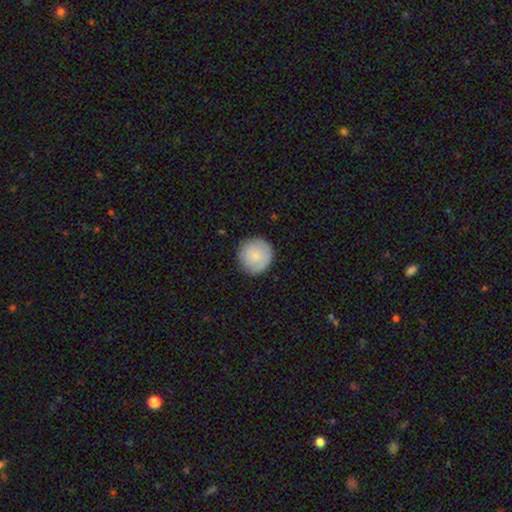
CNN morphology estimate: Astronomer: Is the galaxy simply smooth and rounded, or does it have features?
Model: smooth — 79%.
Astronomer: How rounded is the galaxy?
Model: round — 95%.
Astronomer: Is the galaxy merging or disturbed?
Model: none — 86%.